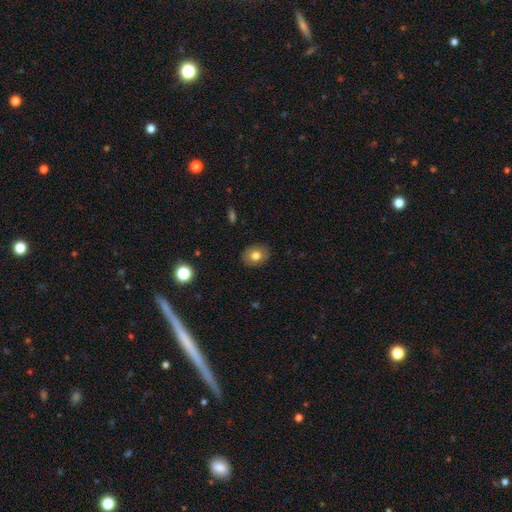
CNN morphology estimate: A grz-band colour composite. It shows a smooth galaxy with no disk features (75%) that is in between round and cigar-shaped (52%). Merging: none (87%).